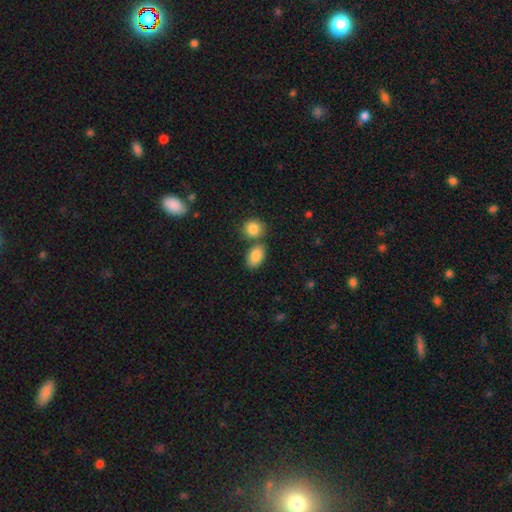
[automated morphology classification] A smooth galaxy with no disk features (87%) that is in between round and cigar-shaped (89%).

Vote fractions:
- Smooth or featured? smooth: 87% / star or artifact: 7% / featured or disk: 6%
- How rounded? in between: 89% / round: 10% / cigar-shaped: 2%
- Merging? none: 60% / merger: 25% / minor disturbance: 11% / major disturbance: 3%